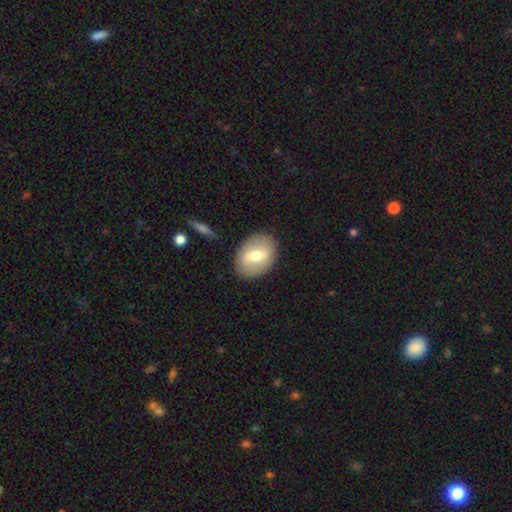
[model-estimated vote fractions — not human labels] smooth 55%, featured or disk 39%, star or artifact 6%. Down the decision tree: how rounded — in between (68%); merging — none (86%).